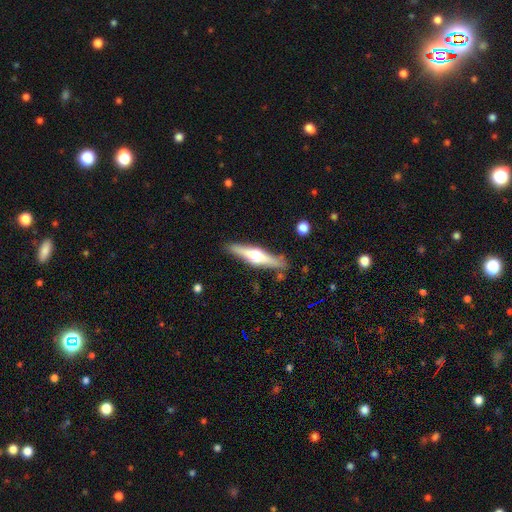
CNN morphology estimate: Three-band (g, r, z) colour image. It shows a featured or disk galaxy (64%) viewed edge-on (96%) with a rounded central bulge (94%). Merging: none (85%).